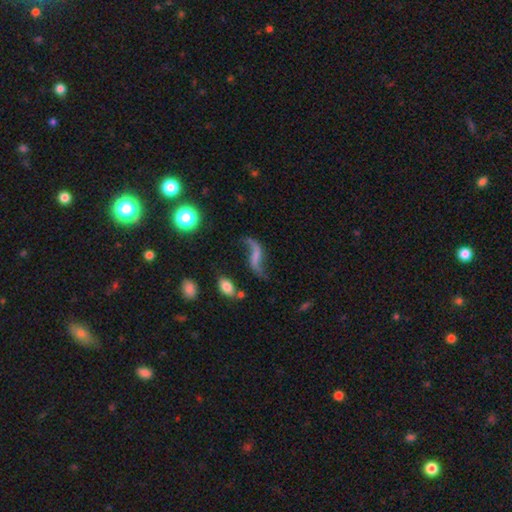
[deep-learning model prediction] A featured or disk galaxy (81%) with no bar (40%), 2 (92%) loose (95%) spiral arms (93%) and no central bulge (69%).

Vote fractions:
- Smooth or featured? featured or disk: 81% / smooth: 10% / star or artifact: 9%
- Edge-on disk? no: 95% / yes: 5%
- Bar? no: 40% / weak: 36% / strong: 23%
- Spiral arms? yes: 93% / no: 7%
- Spiral winding? loose: 95% / medium: 4% / tight: 1%
- Spiral arm count? 2: 92% / 1: 4% / can't tell: 1% / 3: 1% / 4: 1% / more than 4: 1%
- Bulge size? none: 69% / small: 17% / moderate: 8% / large: 4% / dominant: 2%
- Merging? none: 66% / minor disturbance: 17% / major disturbance: 12% / merger: 5%